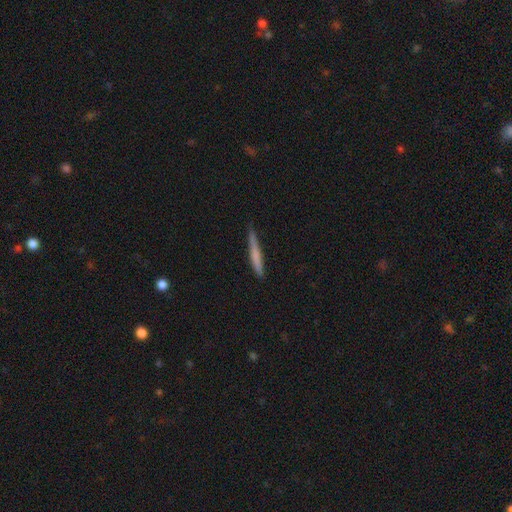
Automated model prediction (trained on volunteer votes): This is possibly a smooth galaxy (59%). How rounded: clearly cigar-shaped (96%). Merging: clearly none (83%).